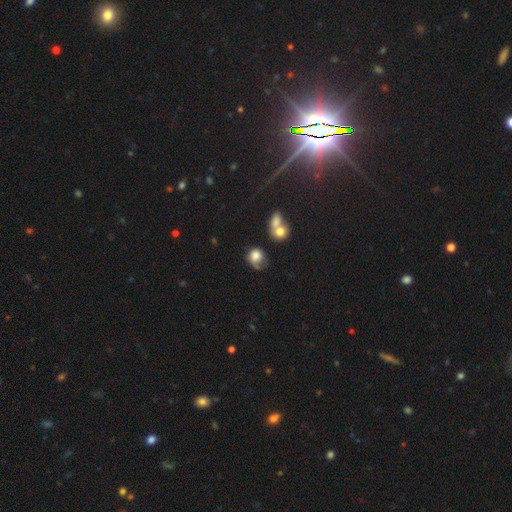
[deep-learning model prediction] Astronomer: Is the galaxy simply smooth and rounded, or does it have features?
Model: smooth — 75%.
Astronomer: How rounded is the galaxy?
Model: round — 73%.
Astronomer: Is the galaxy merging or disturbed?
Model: none — 36% (runner-up: minor disturbance, 28%).